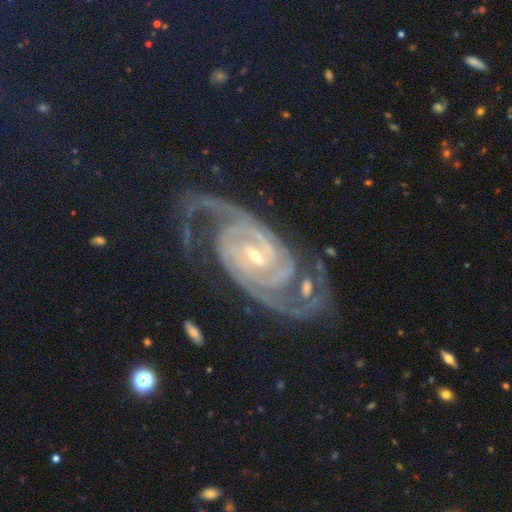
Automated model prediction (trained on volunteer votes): Smooth or featured? Predicted: featured or disk (p=0.91). Edge-on disk? Predicted: no (p=0.97). Bar? Predicted: weak (p=0.44). Spiral arms? Predicted: yes (p=0.99). Spiral winding? Predicted: tight (p=0.62). Spiral arm count? Predicted: 2 (p=0.77). Bulge size? Predicted: small (p=0.64). Merging? Predicted: none (p=0.72).